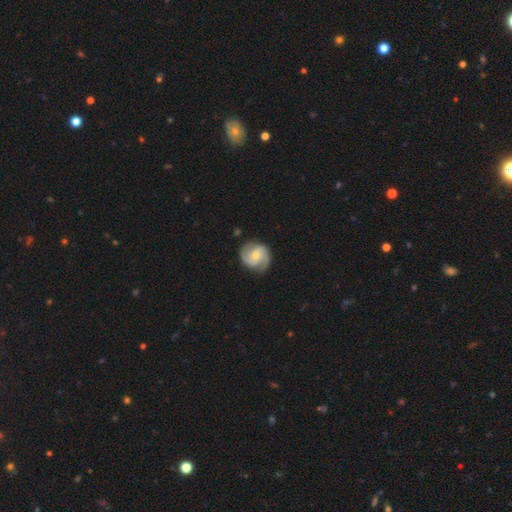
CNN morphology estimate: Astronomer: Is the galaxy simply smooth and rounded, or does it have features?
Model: featured or disk — 79%.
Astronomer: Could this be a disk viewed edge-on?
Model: no — 98%.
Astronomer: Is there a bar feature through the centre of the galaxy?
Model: no — 56% (runner-up: weak, 35%).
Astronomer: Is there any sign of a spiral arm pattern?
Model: yes — 96%.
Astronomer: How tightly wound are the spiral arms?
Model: medium — 47% (runner-up: tight, 39%).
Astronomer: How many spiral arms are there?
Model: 2 — 79%.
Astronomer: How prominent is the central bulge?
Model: small — 56% (runner-up: moderate, 40%).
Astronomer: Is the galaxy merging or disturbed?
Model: none — 79%.